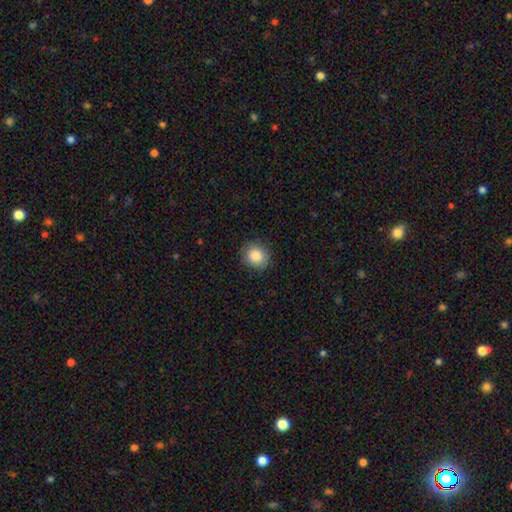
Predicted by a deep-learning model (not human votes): smooth_or_featured: smooth (p=0.86) [alt: star or artifact p=0.09]
how_rounded: round (p=0.81) [alt: in between p=0.18]
merging: none (p=0.88) [alt: minor disturbance p=0.09]